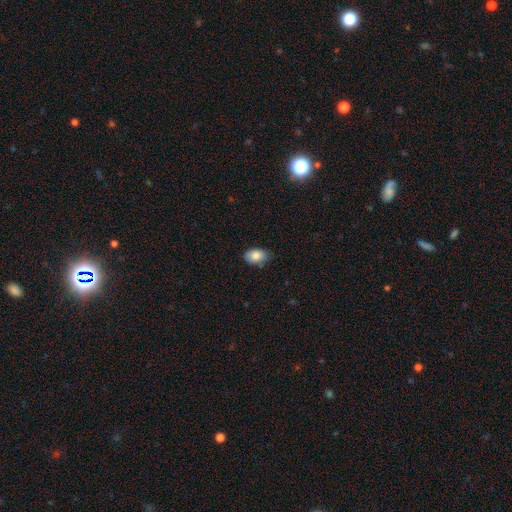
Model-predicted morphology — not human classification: A smooth galaxy with no disk features (84%) that is in between round and cigar-shaped (86%).

Vote fractions:
- Smooth or featured? smooth: 84% / featured or disk: 8% / star or artifact: 8%
- How rounded? in between: 86% / round: 12% / cigar-shaped: 1%
- Merging? none: 76% / minor disturbance: 20% / major disturbance: 3% / merger: 1%